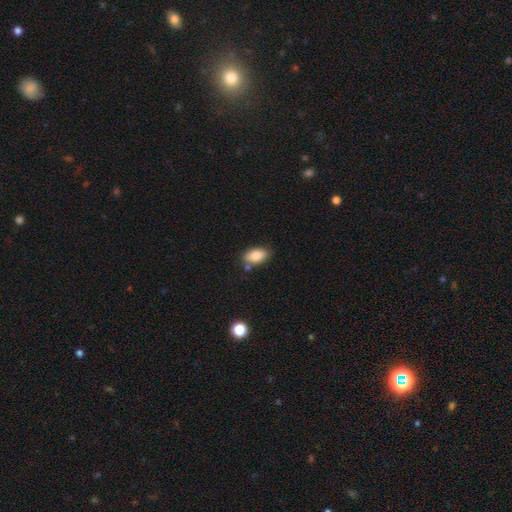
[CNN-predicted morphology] Smooth or featured: smooth — 85% (star or artifact — 8%)
How rounded: in between — 91% (round — 7%)
Merging: none — 73% (minor disturbance — 16%)